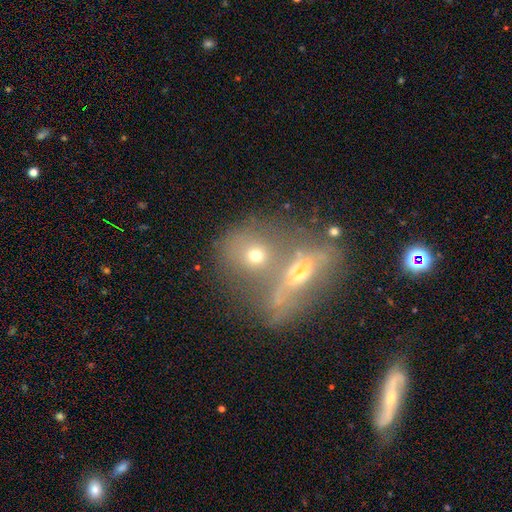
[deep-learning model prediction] Smooth or featured? Predicted: smooth (p=0.54). How rounded? Predicted: round (p=0.66). Merging? Predicted: merger (p=0.54).